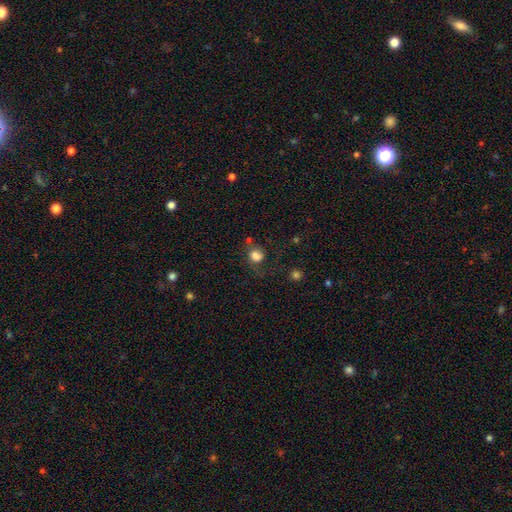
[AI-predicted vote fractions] smooth 79%, star or artifact 12%, featured or disk 8%. Down the decision tree: how rounded — round (76%); merging — none (55%).